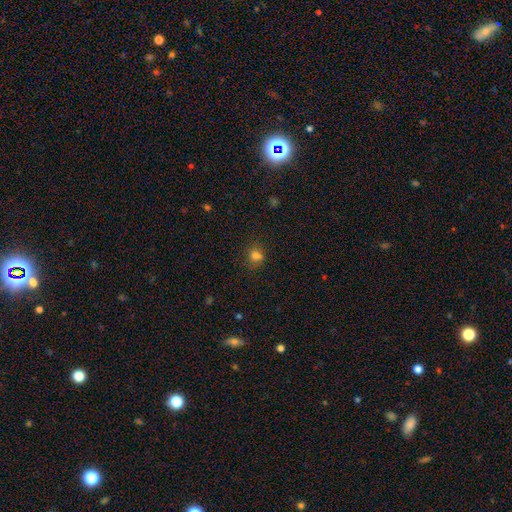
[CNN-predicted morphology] A smooth galaxy with no disk features (76%) that is round (68%). Merging: none (68%).